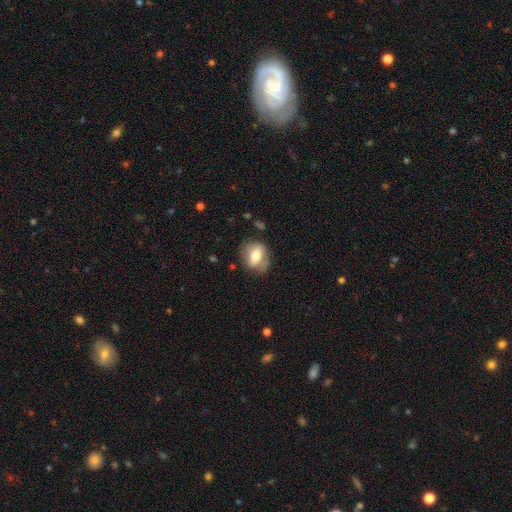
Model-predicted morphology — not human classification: This appears to be a smooth galaxy with no disk features (57%) that is in between round and cigar-shaped (61%). Merging: none (68%).